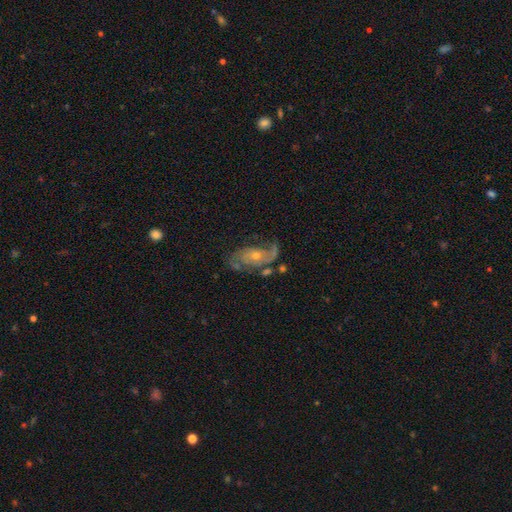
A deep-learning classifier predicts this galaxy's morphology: The model was most divided on "spiral winding": medium: 42%, loose: 34%, tight: 24%. More confident: edge-on disk — no (95%); spiral arms — yes (91%); smooth or featured — featured or disk (81%); bar — no (72%); spiral arm count — 2 (70%); merging — none (57%); bulge size — small (53%).